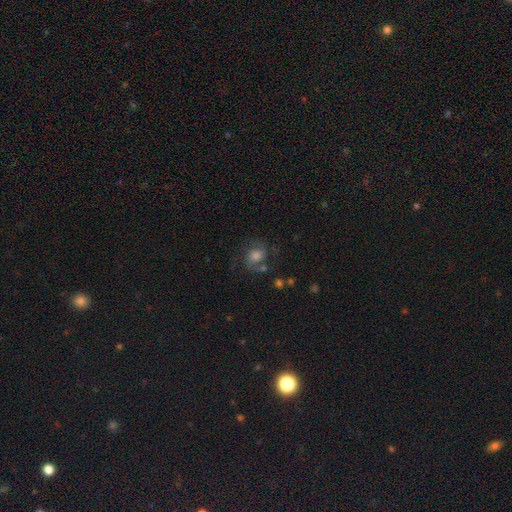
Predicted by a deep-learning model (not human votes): Smooth or featured: featured or disk — 62% (smooth — 25%)
Edge-on disk: no — 98% (yes — 2%)
Bar: no — 65% (weak — 30%)
Spiral arms: yes — 90% (no — 10%)
Spiral winding: medium — 52% (tight — 24%)
Spiral arm count: 2 — 78% (can't tell — 9%)
Bulge size: moderate — 45% (large — 29%)
Merging: none — 65% (minor disturbance — 17%)